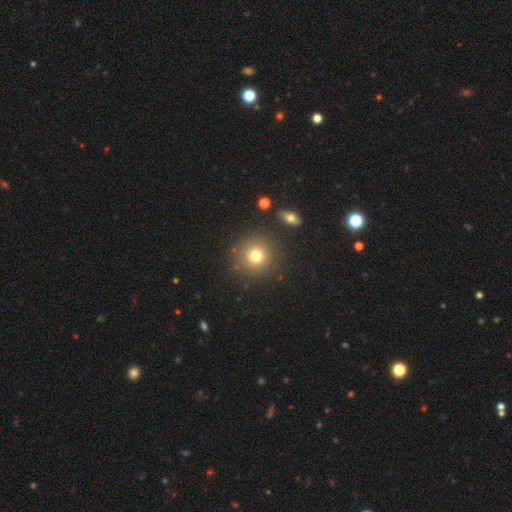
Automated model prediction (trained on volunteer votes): Overall: smooth (76%). How rounded: round (93%). Merging: none (87%).